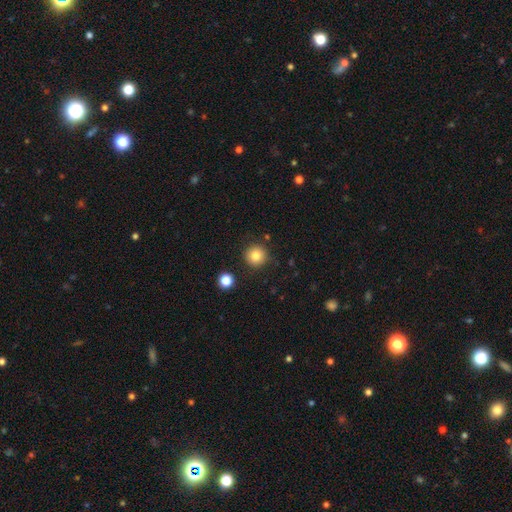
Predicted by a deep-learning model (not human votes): smooth-or-featured: smooth: 82% | star or artifact: 11% | featured or disk: 7%
  how-rounded: round: 95% | in between: 4% | cigar-shaped: 1%
  merging: none: 88% | minor disturbance: 7% | merger: 3% | major disturbance: 2%